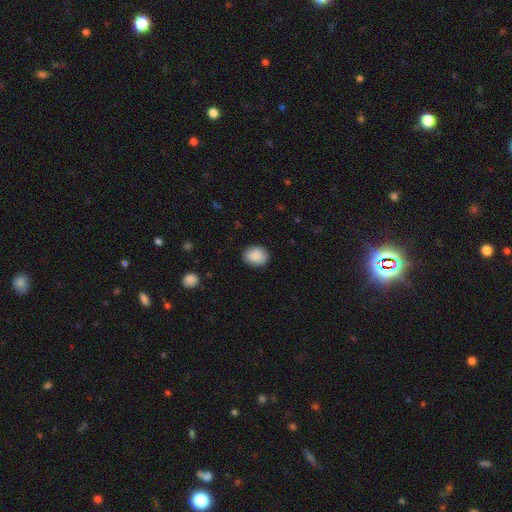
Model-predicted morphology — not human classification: type=smooth (88%); roundness=round (54%); merging=none (84%).